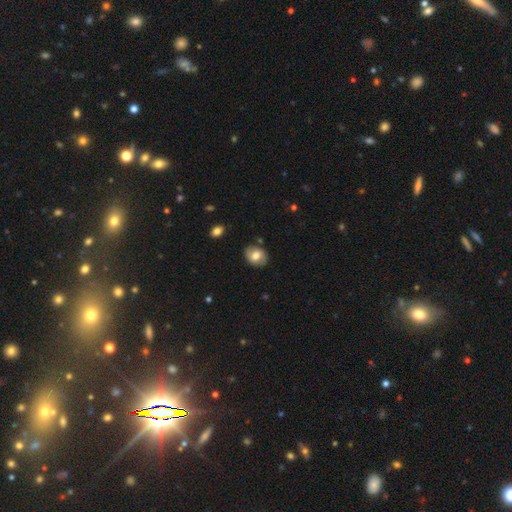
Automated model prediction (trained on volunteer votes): A smooth galaxy with no disk features (66%) that is in between round and cigar-shaped (52%).

Vote fractions:
- Smooth or featured? smooth: 66% / featured or disk: 26% / star or artifact: 8%
- How rounded? in between: 52% / round: 47% / cigar-shaped: 1%
- Merging? none: 82% / minor disturbance: 13% / major disturbance: 3% / merger: 2%